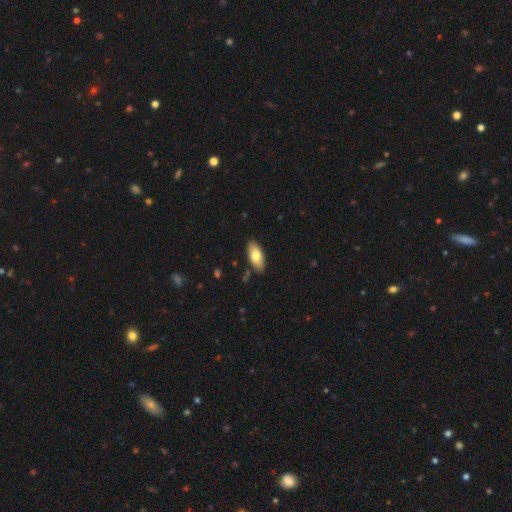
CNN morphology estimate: smooth 75%, featured or disk 19%, star or artifact 6%. Down the decision tree: how rounded — in between (89%); merging — none (86%).